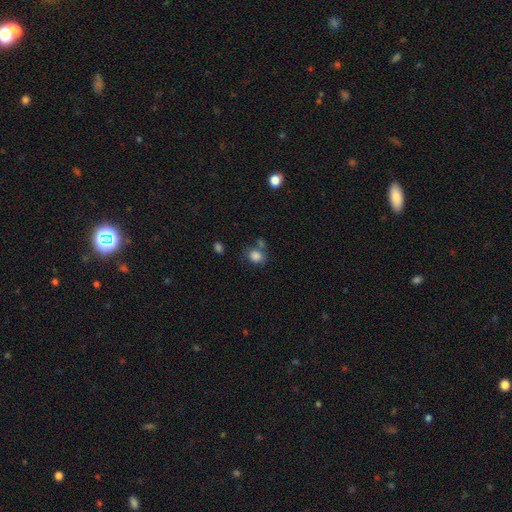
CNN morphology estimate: Smooth or featured? smooth (83%)
How rounded? round (59%)
Merging? none (59%)